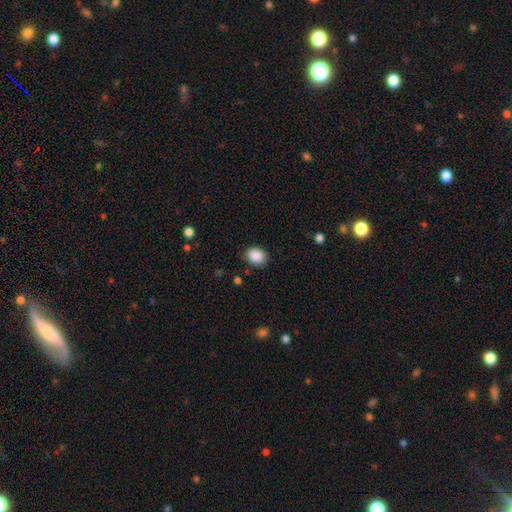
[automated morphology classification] Smooth or featured: smooth — 89% (star or artifact — 8%)
How rounded: round — 54% (in between — 45%)
Merging: none — 86% (minor disturbance — 10%)